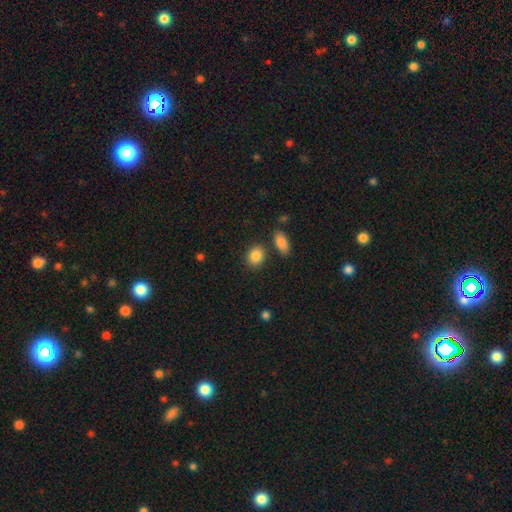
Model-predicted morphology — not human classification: This appears to be a smooth galaxy with no disk features (87%) that is in between round and cigar-shaped (54%). Merging: none (80%).